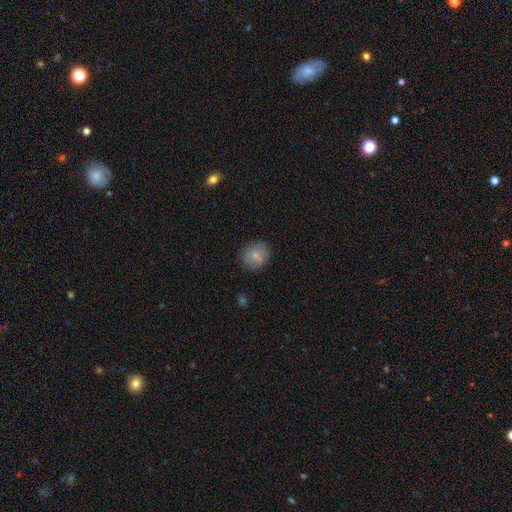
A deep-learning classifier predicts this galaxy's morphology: Overall: smooth (77%). How rounded: round (73%). Merging: none (77%).